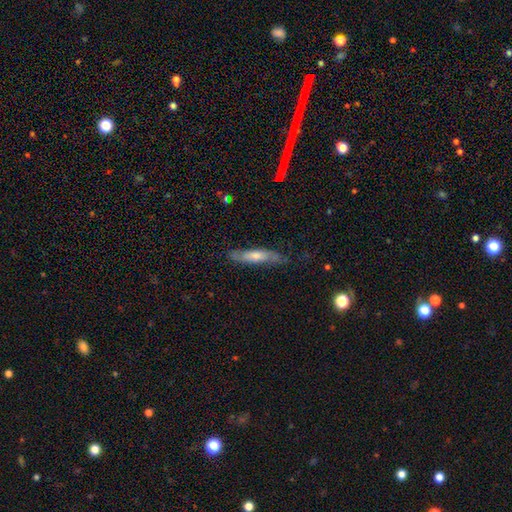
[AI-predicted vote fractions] This is possibly a featured or disk galaxy (53%). It is possibly viewed edge-on (54%). Merging: likely none (71%).